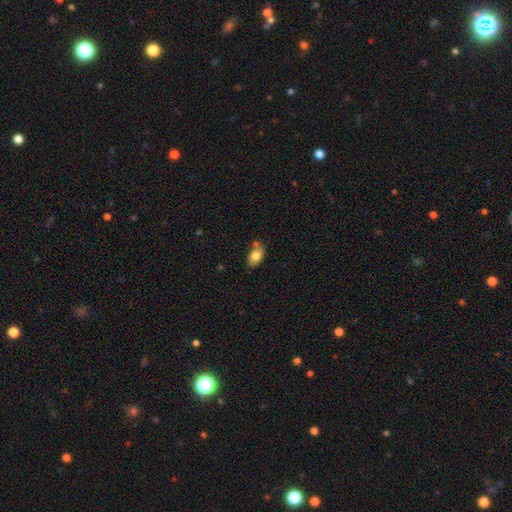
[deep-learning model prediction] smooth_or_featured: smooth (p=0.80) [alt: featured or disk p=0.13]
how_rounded: in between (p=0.87) [alt: round p=0.11]
merging: none (p=0.60) [alt: minor disturbance p=0.22]